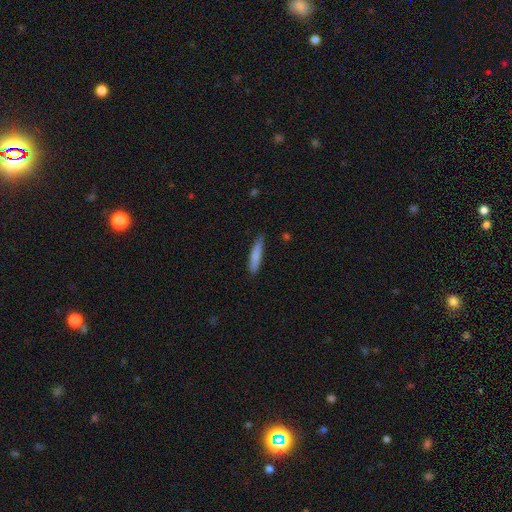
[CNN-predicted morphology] smooth 83%, featured or disk 11%, star or artifact 6%. Down the decision tree: how rounded — cigar-shaped (86%); merging — none (78%).